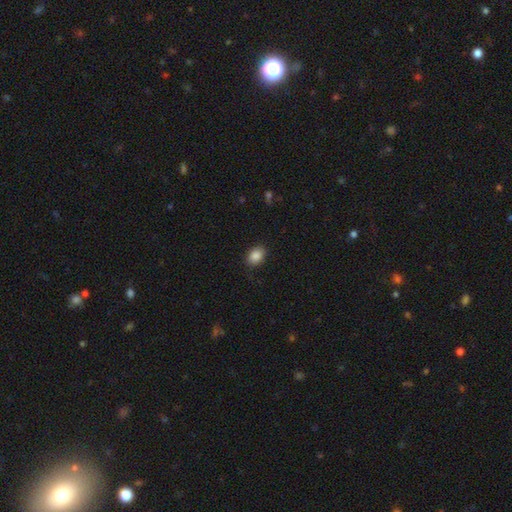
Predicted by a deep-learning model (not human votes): Smooth or featured? Predicted: smooth (p=0.87). How rounded? Predicted: in between (p=0.68). Merging? Predicted: none (p=0.87).